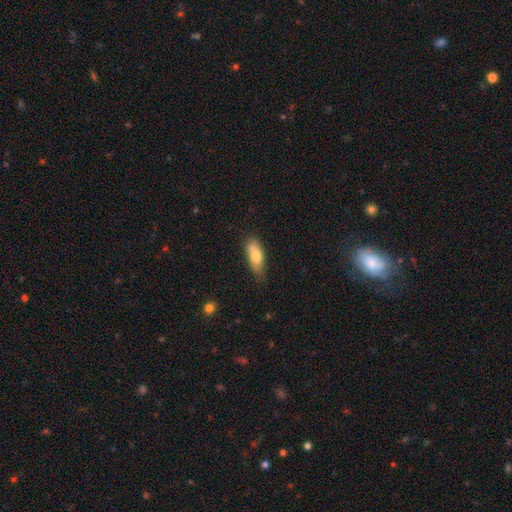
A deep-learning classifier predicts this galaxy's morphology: smooth_or_featured: smooth (p=0.69) [alt: featured or disk p=0.24]
how_rounded: in between (p=0.72) [alt: cigar-shaped p=0.24]
merging: none (p=0.52) [alt: minor disturbance p=0.23]